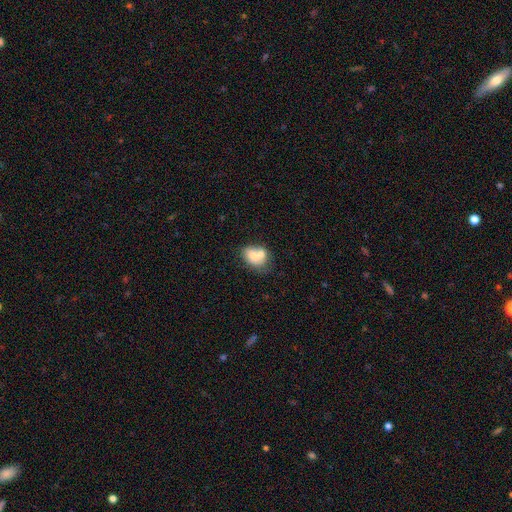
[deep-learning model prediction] Smooth or featured: smooth — 69% (featured or disk — 23%)
How rounded: in between — 68% (round — 31%)
Merging: merger — 48% (none — 32%)